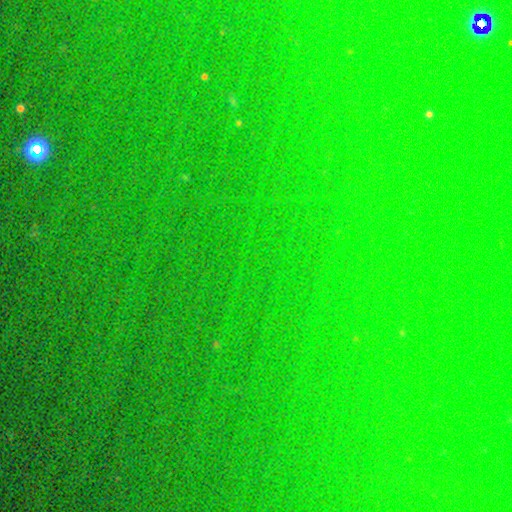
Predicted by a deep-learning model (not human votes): The model was most divided on "smooth or featured": star or artifact: 80%, smooth: 12%, featured or disk: 8%.